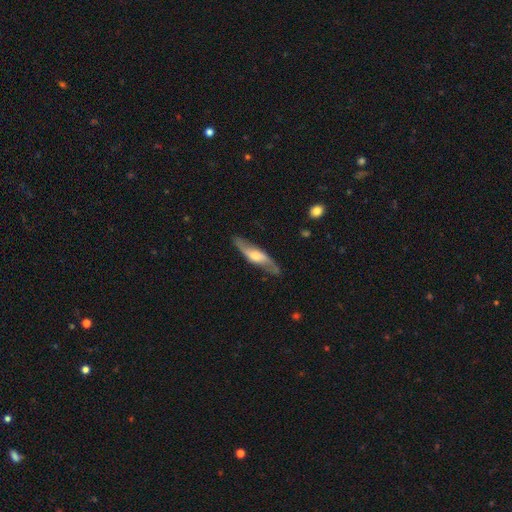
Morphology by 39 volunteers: This appears to be a featured or disk galaxy (85%) viewed edge-on (58%) with a rounded central bulge (84%). Merging: none (87%).